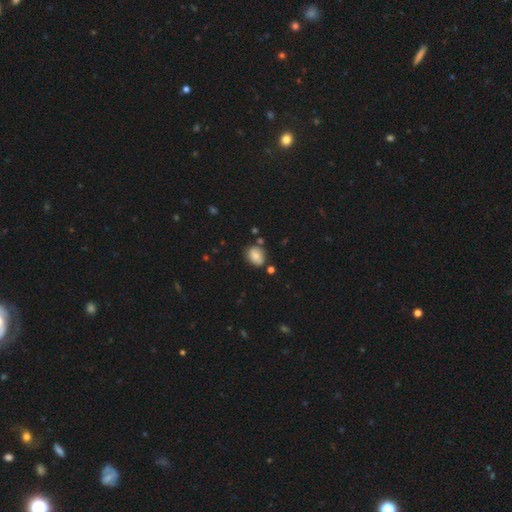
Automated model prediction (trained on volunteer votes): This appears to be a smooth galaxy with no disk features (70%) that is in between round and cigar-shaped (59%). Merging: none (68%).